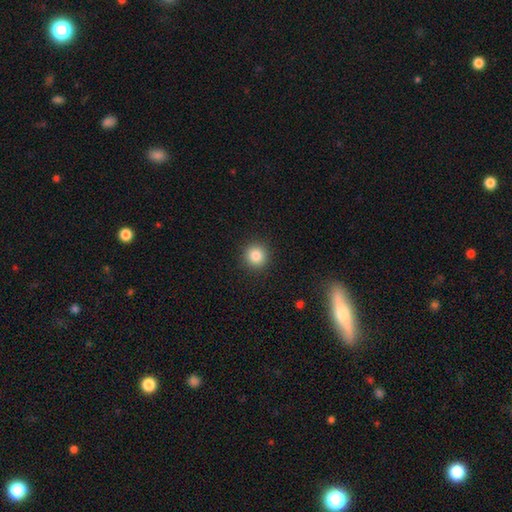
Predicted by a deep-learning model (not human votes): Smooth or featured: smooth — 85% (star or artifact — 11%)
How rounded: round — 94% (in between — 5%)
Merging: none — 92% (minor disturbance — 5%)